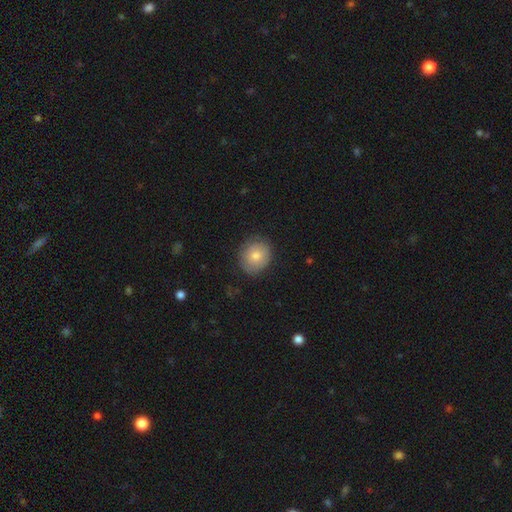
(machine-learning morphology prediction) Smooth or featured? smooth (75%)
How rounded? round (78%)
Merging? none (83%)